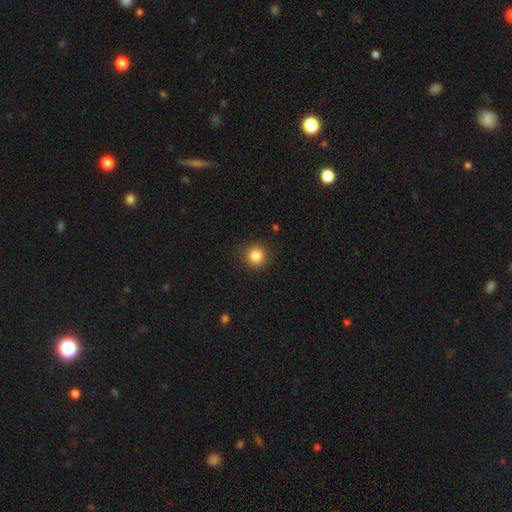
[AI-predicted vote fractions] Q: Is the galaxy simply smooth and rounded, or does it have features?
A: smooth — 84%.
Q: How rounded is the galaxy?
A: round — 94%.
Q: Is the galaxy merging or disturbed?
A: none — 90%.